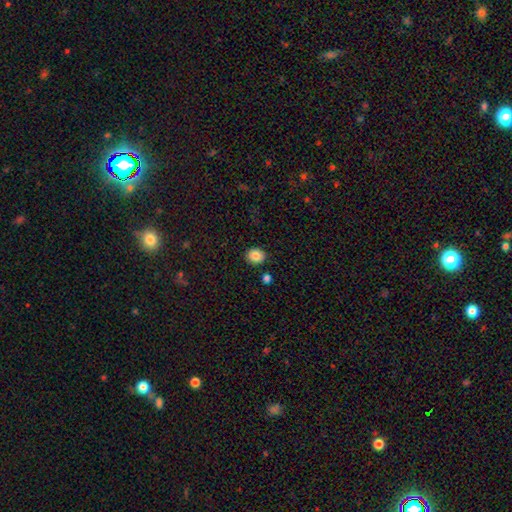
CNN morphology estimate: Smooth or featured: smooth — 85% (star or artifact — 9%)
How rounded: round — 77% (in between — 22%)
Merging: none — 88% (minor disturbance — 7%)